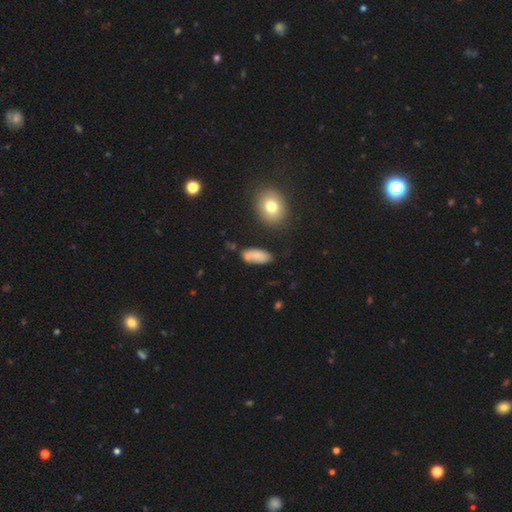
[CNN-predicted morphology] Smooth or featured?
  - smooth: 73% *
  - featured or disk: 19%
  - star or artifact: 8%
How rounded?
  - in between: 85% *
  - cigar-shaped: 11%
  - round: 4%
Merging?
  - none: 63% *
  - minor disturbance: 20%
  - merger: 11%
  - major disturbance: 6%